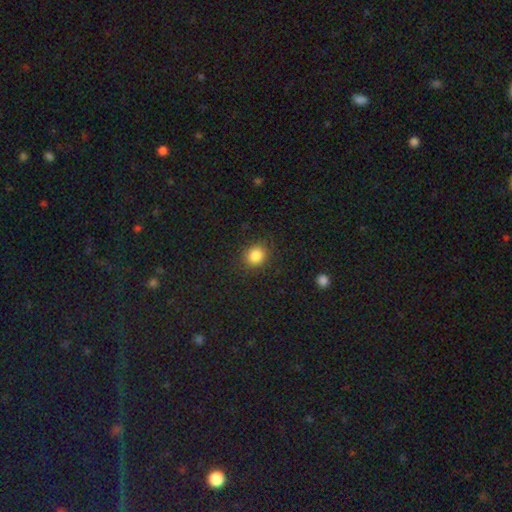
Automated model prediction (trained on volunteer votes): A smooth galaxy with no disk features (85%) that is round (80%).

Vote fractions:
- Smooth or featured? smooth: 85% / star or artifact: 11% / featured or disk: 4%
- How rounded? round: 80% / in between: 19% / cigar-shaped: 1%
- Merging? none: 88% / minor disturbance: 8% / major disturbance: 3% / merger: 1%